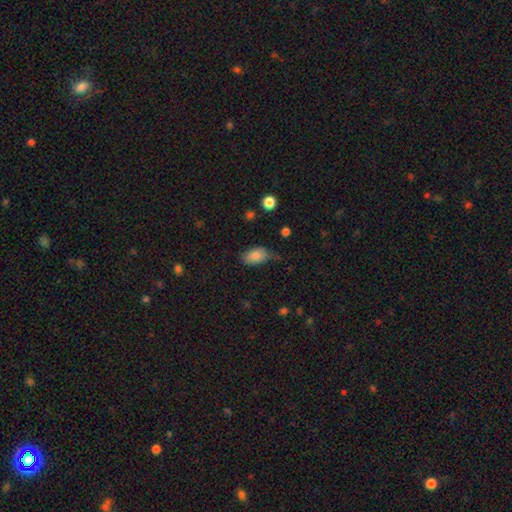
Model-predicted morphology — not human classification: type=smooth (83%); roundness=in between (91%); merging=none (58%).